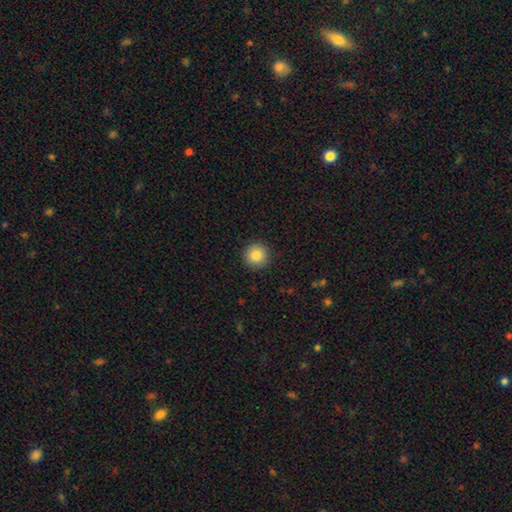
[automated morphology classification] Smooth or featured? Predicted: smooth (p=0.84). How rounded? Predicted: round (p=0.95). Merging? Predicted: none (p=0.92).